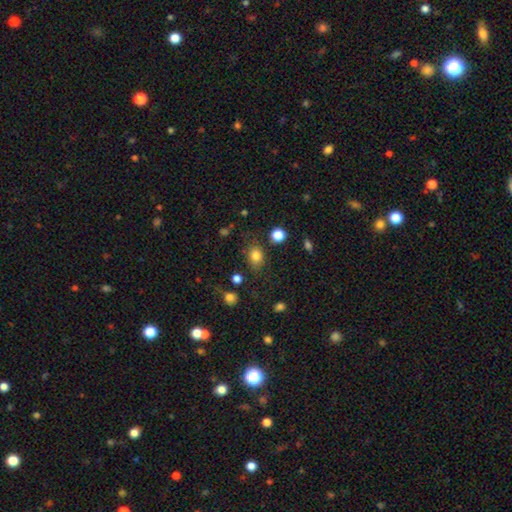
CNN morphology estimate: Smooth or featured? smooth (81%)
How rounded? in between (54%)
Merging? none (73%)